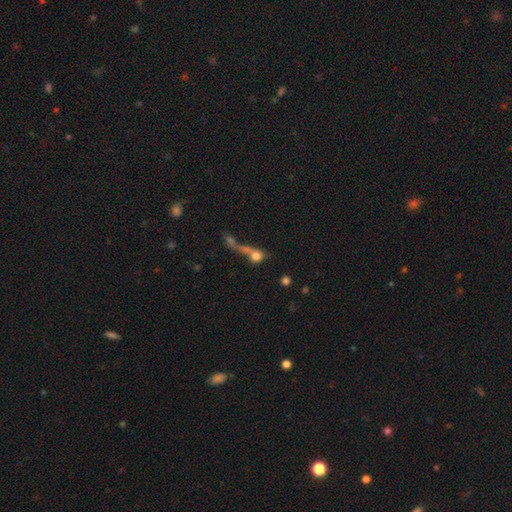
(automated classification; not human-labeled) smooth-or-featured: smooth: 66% | featured or disk: 20% | star or artifact: 14%
  how-rounded: round: 68% | in between: 24% | cigar-shaped: 8%
  merging: merger: 46% | none: 26% | major disturbance: 19% | minor disturbance: 9%